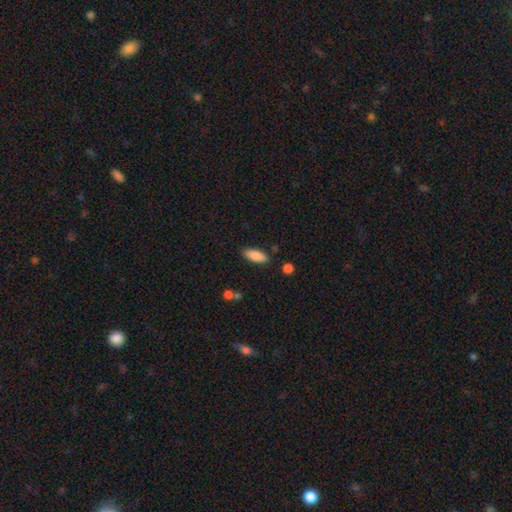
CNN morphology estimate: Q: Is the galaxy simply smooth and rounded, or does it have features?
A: smooth — 86%.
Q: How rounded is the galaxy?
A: in between — 76%.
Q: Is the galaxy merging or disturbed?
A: none — 85%.